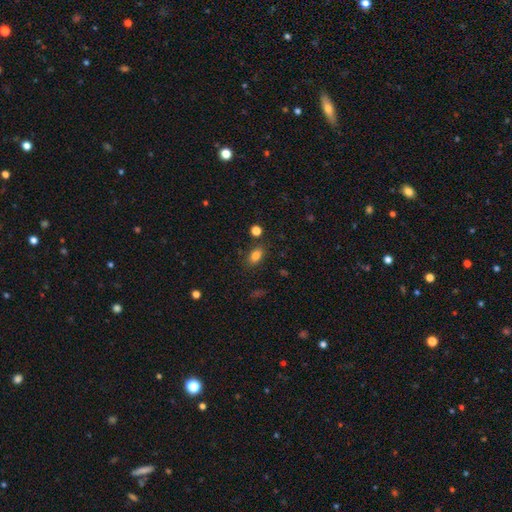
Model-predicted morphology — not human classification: This is clearly a smooth galaxy (82%). How rounded: clearly in between (84%). Merging: clearly none (82%).